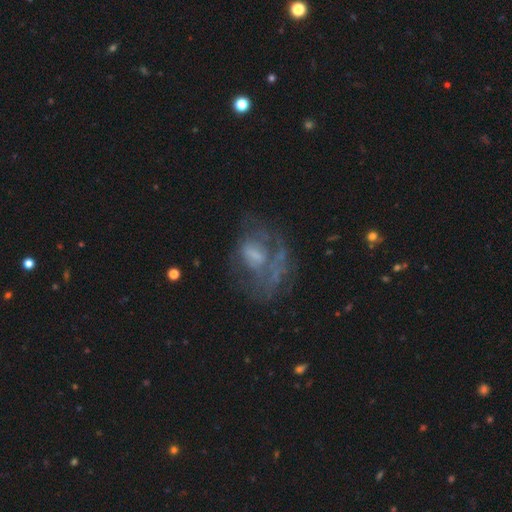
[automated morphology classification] Smooth or featured: featured or disk — 60% (smooth — 27%)
Edge-on disk: no — 96% (yes — 4%)
Bar: no — 63% (weak — 29%)
Spiral arms: no — 65% (yes — 35%)
Bulge size: none — 31% (tied with moderate — 31%)
Merging: major disturbance — 41% (none — 35%)